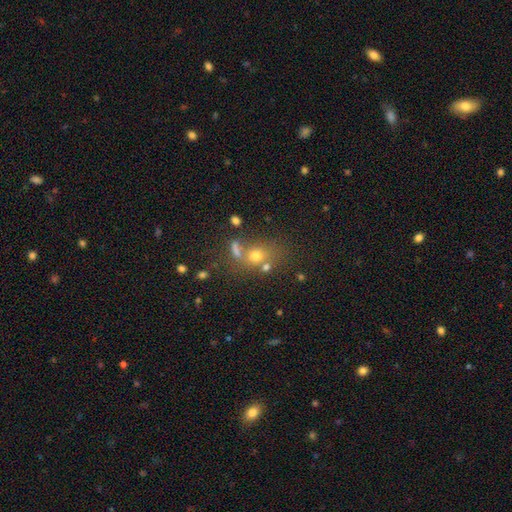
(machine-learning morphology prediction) Smooth or featured? smooth (58%)
How rounded? round (60%)
Merging? none (41%)